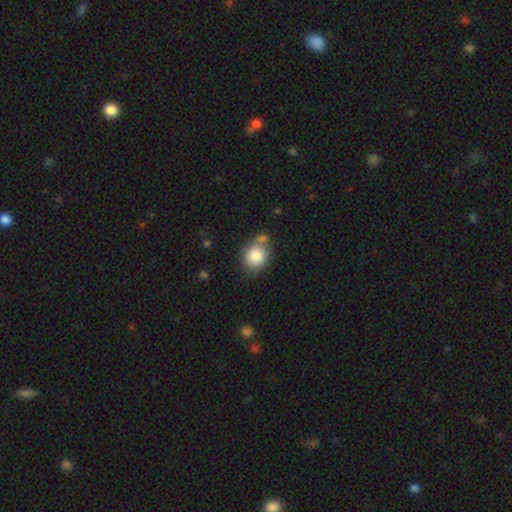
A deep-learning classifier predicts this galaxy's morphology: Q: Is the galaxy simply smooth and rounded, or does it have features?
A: smooth — 83%.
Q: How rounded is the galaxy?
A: round — 66%.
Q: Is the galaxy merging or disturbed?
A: none — 58%.